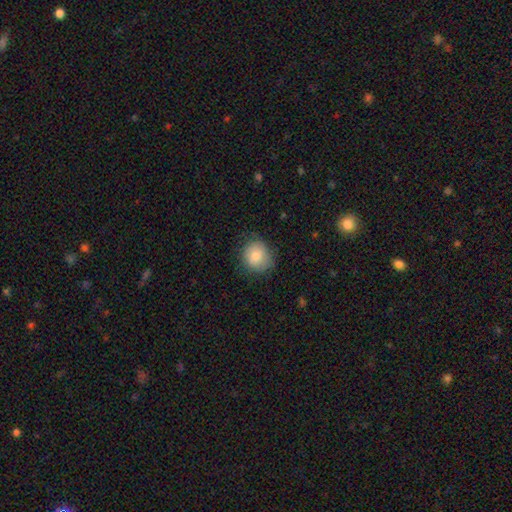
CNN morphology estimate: Overall: smooth (82%). How rounded: round (81%). Merging: none (75%).